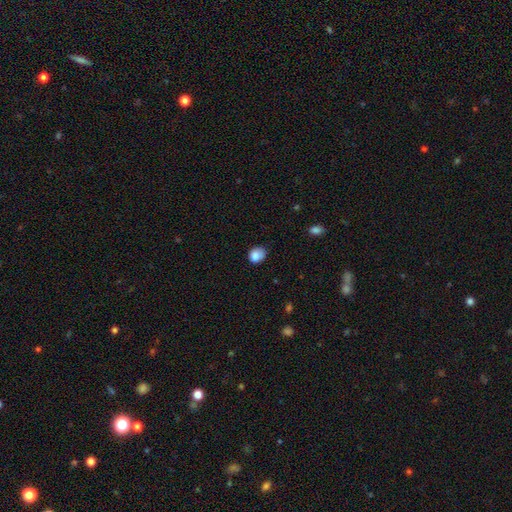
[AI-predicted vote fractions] Smooth or featured? Predicted: smooth (p=0.85). How rounded? Predicted: round (p=0.56). Merging? Predicted: none (p=0.58).